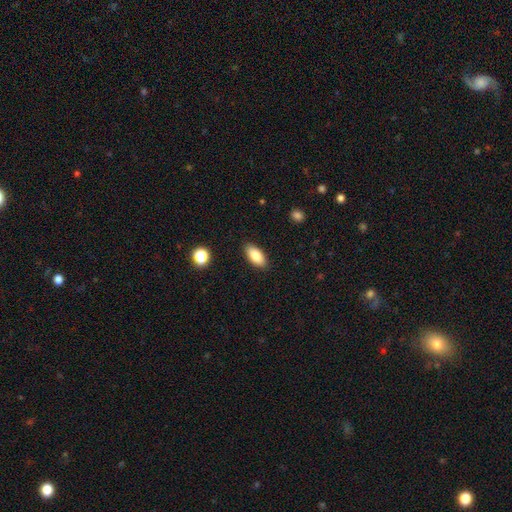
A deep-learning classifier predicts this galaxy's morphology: smooth 84%, featured or disk 8%, star or artifact 7%. Down the decision tree: how rounded — in between (89%); merging — none (88%).